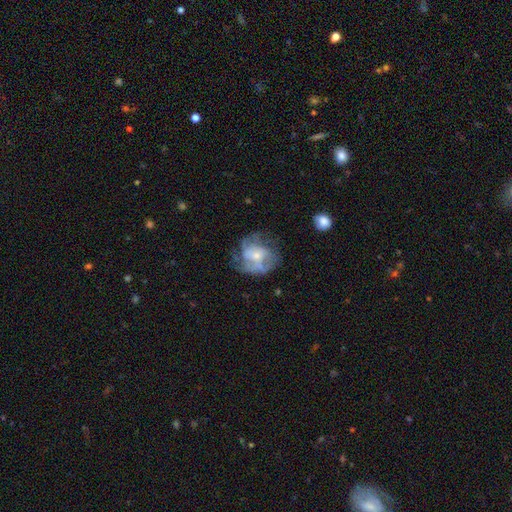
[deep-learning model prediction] Smooth or featured?
  - featured or disk: 70% *
  - smooth: 23%
  - star or artifact: 8%
Edge-on disk?
  - no: 98% *
  - yes: 2%
Bar?
  - no: 67% *
  - weak: 28%
  - strong: 6%
Spiral arms?
  - yes: 76% *
  - no: 24%
Spiral winding?
  - medium: 45% *
  - tight: 33%
  - loose: 22%
Spiral arm count?
  - can't tell: 35% *
  - 3: 24%
  - 2: 21%
  - 4: 10%
  - 1: 5%
  - more than 4: 4%
Bulge size?
  - small: 54% *
  - moderate: 36%
  - none: 6%
  - large: 4%
  - dominant: 1%
Merging?
  - none: 54% *
  - minor disturbance: 22%
  - major disturbance: 22%
  - merger: 3%